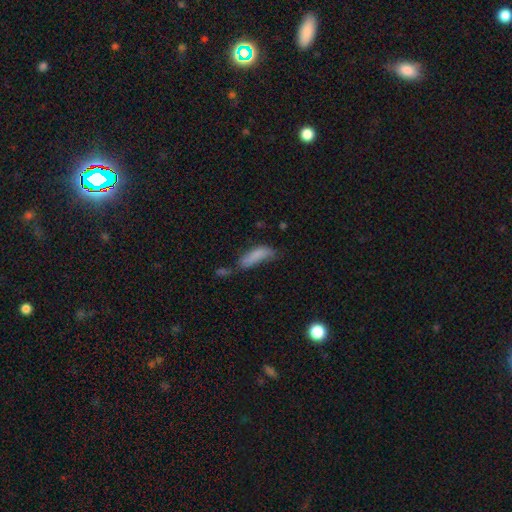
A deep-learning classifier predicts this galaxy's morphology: A smooth galaxy with no disk features (77%) that is in between round and cigar-shaped (55%).

Vote fractions:
- Smooth or featured? smooth: 77% / featured or disk: 13% / star or artifact: 9%
- How rounded? in between: 55% / cigar-shaped: 43% / round: 2%
- Merging? none: 35% / minor disturbance: 30% / major disturbance: 18% / merger: 17%